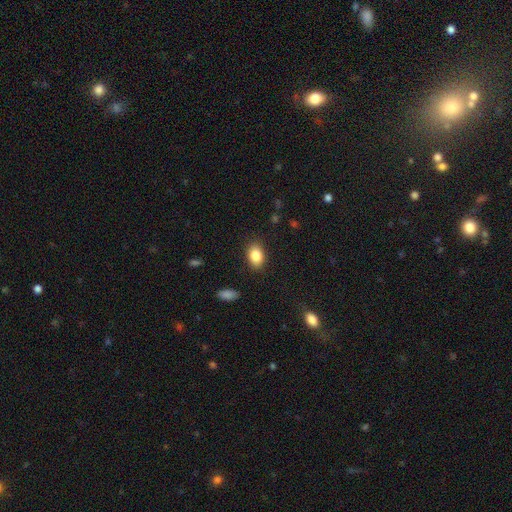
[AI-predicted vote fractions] The model was most divided on "how rounded": in between: 83%, round: 16%, cigar-shaped: 1%. More confident: smooth or featured — smooth (86%); merging — none (85%).